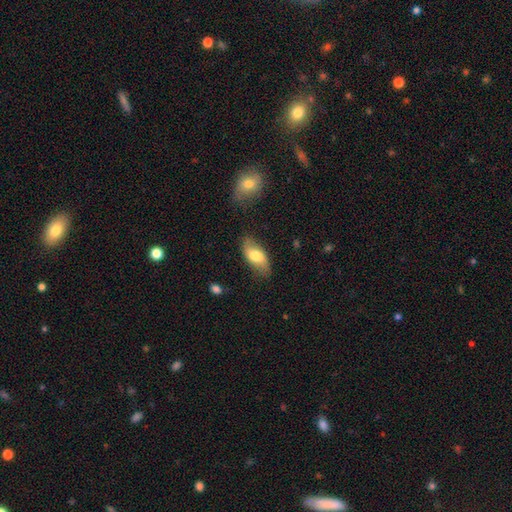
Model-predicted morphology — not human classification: A smooth galaxy with no disk features (66%) that is in between round and cigar-shaped (88%). Merging: none (76%).